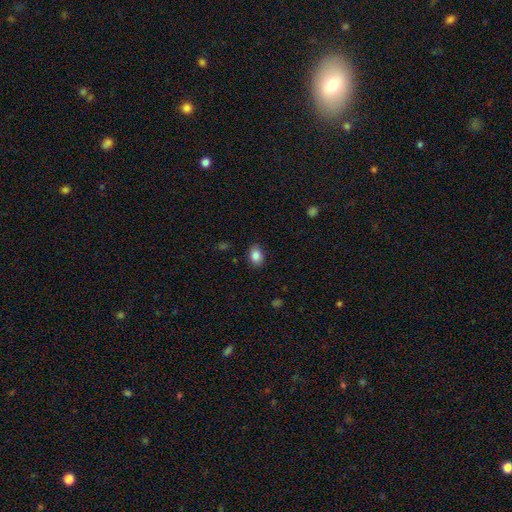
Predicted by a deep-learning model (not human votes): Morphology: type=smooth (86%); roundness=in between (71%); merging=none (87%).